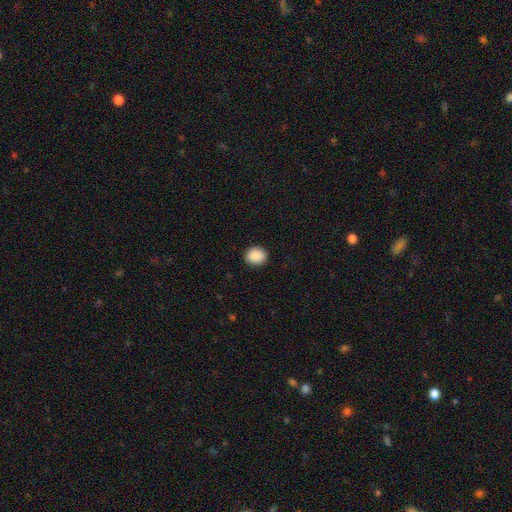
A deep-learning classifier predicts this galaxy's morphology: The model was most divided on "how rounded": round: 64%, in between: 35%, cigar-shaped: 1%. More confident: merging — none (90%); smooth or featured — smooth (90%).